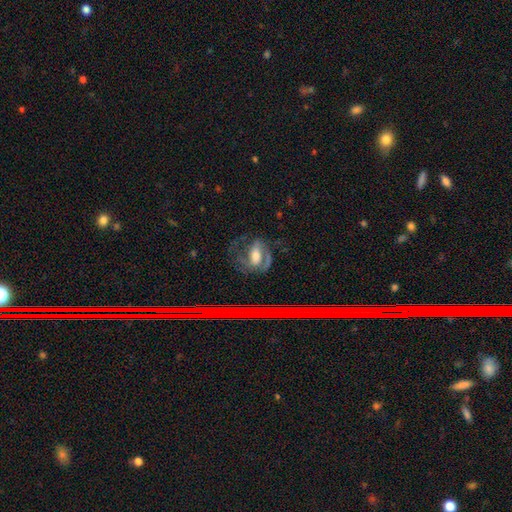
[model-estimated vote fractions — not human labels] featured or disk 77%, smooth 15%, star or artifact 9%. Down the decision tree: edge-on disk — no (95%); bar — strong (47%); spiral arms — yes (91%); spiral arm count — 2 (84%); spiral winding — medium (52%); bulge size — moderate (61%); merging — none (62%).